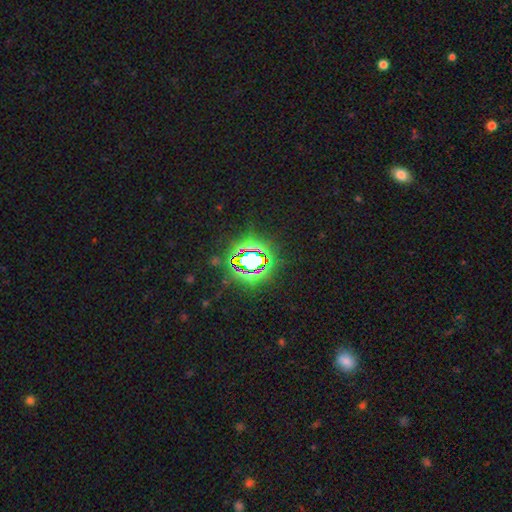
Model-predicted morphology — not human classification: smooth-or-featured: star or artifact: 79% | smooth: 12% | featured or disk: 9%